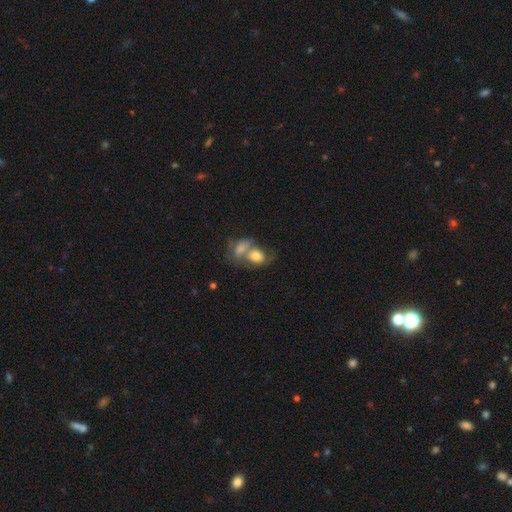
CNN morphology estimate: A smooth galaxy with no disk features (67%) that is in between round and cigar-shaped (60%).

Vote fractions:
- Smooth or featured? smooth: 67% / featured or disk: 24% / star or artifact: 9%
- How rounded? in between: 60% / round: 39% / cigar-shaped: 2%
- Merging? merger: 64% / none: 18% / minor disturbance: 9% / major disturbance: 9%